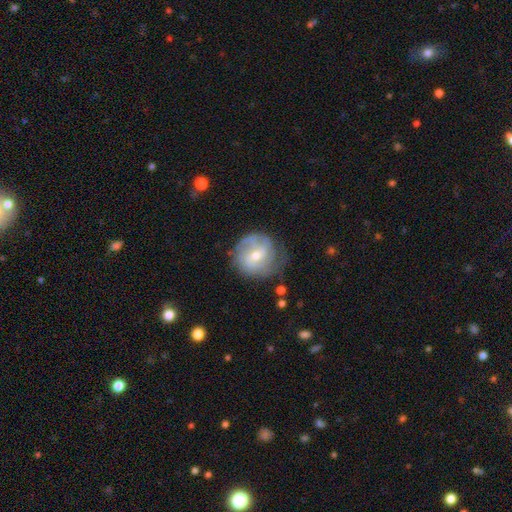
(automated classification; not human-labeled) A featured or disk galaxy (71%) with a weak bar (49%), 2 (45%) tight (48%) spiral arms (87%) and a small central bulge (49%).

Vote fractions:
- Smooth or featured? featured or disk: 71% / smooth: 23% / star or artifact: 7%
- Edge-on disk? no: 97% / yes: 3%
- Bar? weak: 49% / no: 38% / strong: 13%
- Spiral arms? yes: 87% / no: 13%
- Spiral winding? tight: 48% / medium: 37% / loose: 16%
- Spiral arm count? 2: 45% / can't tell: 30% / 3: 13% / 1: 6% / 4: 3% / more than 4: 3%
- Bulge size? small: 49% / moderate: 47% / large: 2% / none: 1% / dominant: 1%
- Merging? none: 66% / minor disturbance: 22% / major disturbance: 10% / merger: 2%